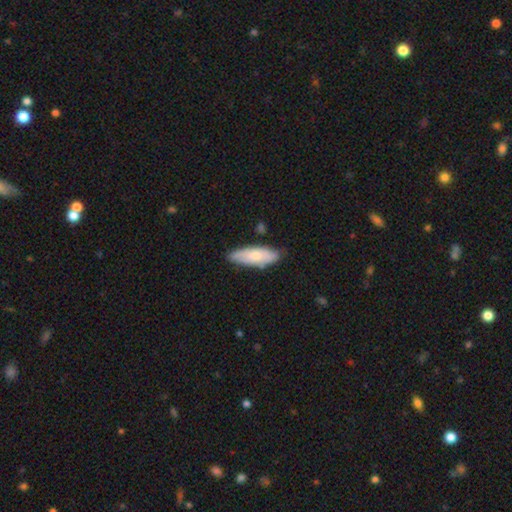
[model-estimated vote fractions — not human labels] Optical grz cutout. It shows a smooth galaxy with no disk features (66%) that is in between round and cigar-shaped (66%). Merging: none (72%).